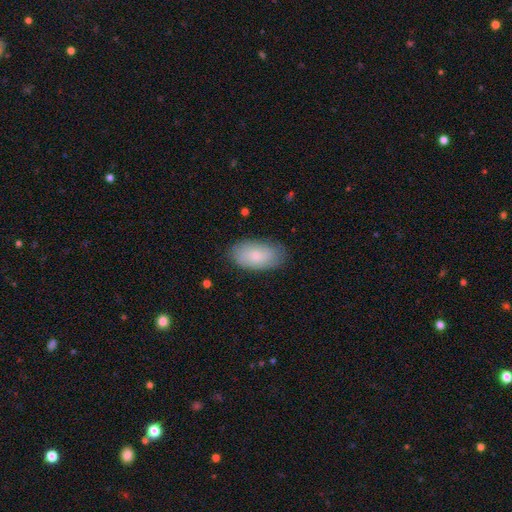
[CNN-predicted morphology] Smooth or featured?
  - smooth: 77% *
  - featured or disk: 17%
  - star or artifact: 6%
How rounded?
  - in between: 94% *
  - round: 3%
  - cigar-shaped: 2%
Merging?
  - none: 81% *
  - minor disturbance: 15%
  - major disturbance: 3%
  - merger: 1%